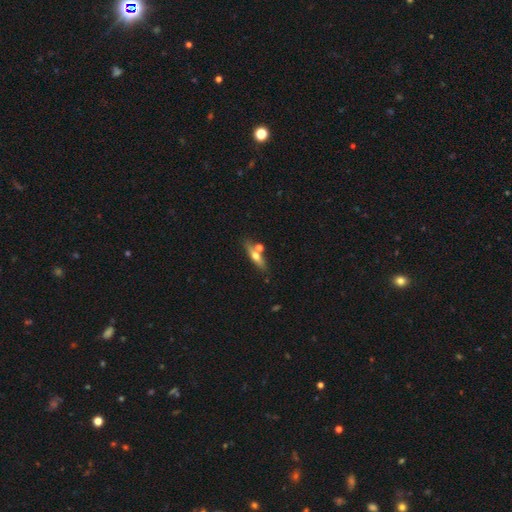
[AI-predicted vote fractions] The model was most divided on "smooth or featured": smooth: 49%, featured or disk: 44%, star or artifact: 8%. More confident: merging — none (69%).